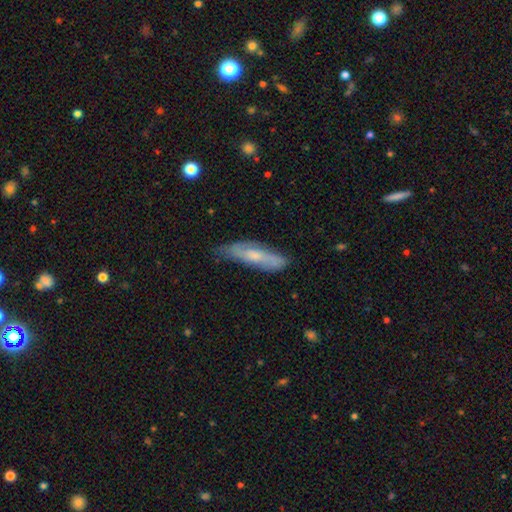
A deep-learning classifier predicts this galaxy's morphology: The model was most divided on "smooth or featured": smooth: 50%, featured or disk: 43%, star or artifact: 7%. More confident: merging — none (67%); how rounded — cigar-shaped (66%).